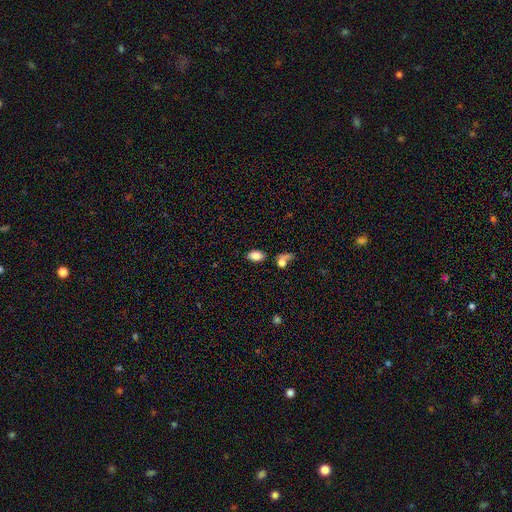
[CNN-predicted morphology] smooth_or_featured: smooth (p=0.83) [alt: star or artifact p=0.09]
how_rounded: in between (p=0.90) [alt: round p=0.08]
merging: none (p=0.76) [alt: minor disturbance p=0.11]